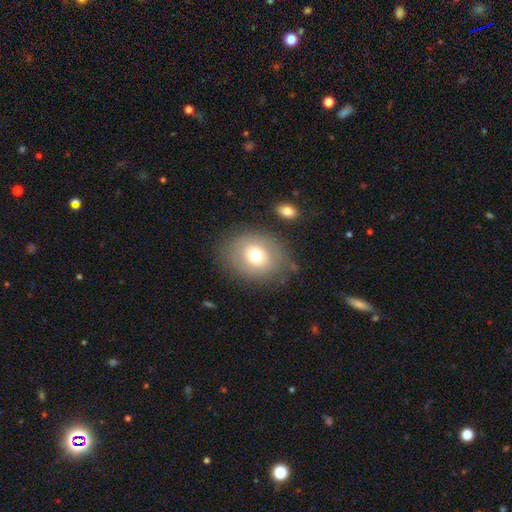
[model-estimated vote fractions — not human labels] A smooth galaxy with no disk features (68%) that is round (54%).

Vote fractions:
- Smooth or featured? smooth: 68% / featured or disk: 21% / star or artifact: 11%
- How rounded? round: 54% / in between: 45% / cigar-shaped: 1%
- Merging? none: 77% / minor disturbance: 14% / major disturbance: 6% / merger: 4%